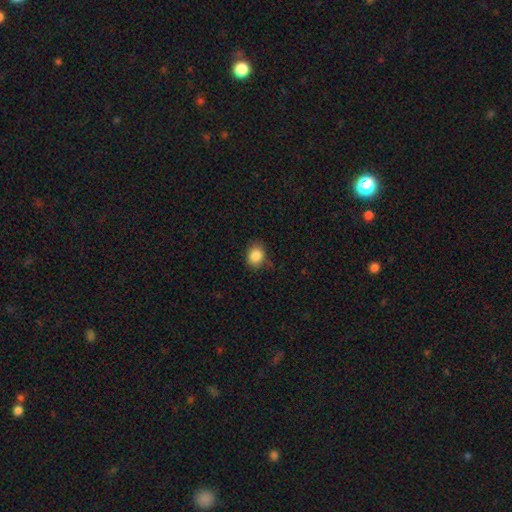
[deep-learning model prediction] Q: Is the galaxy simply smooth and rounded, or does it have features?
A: smooth — 86%.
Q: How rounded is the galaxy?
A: round — 57%.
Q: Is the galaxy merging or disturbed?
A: none — 74%.